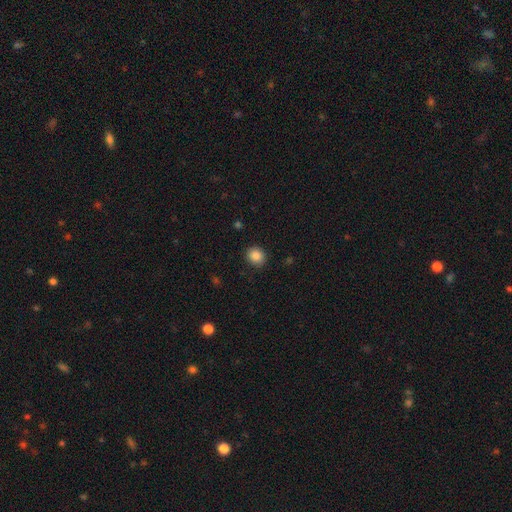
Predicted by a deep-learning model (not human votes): Q: Smooth or featured?
A: smooth (86%); runner-up: star or artifact (10%)
Q: How rounded?
A: round (76%); runner-up: in between (23%)
Q: Merging?
A: none (90%); runner-up: minor disturbance (7%)